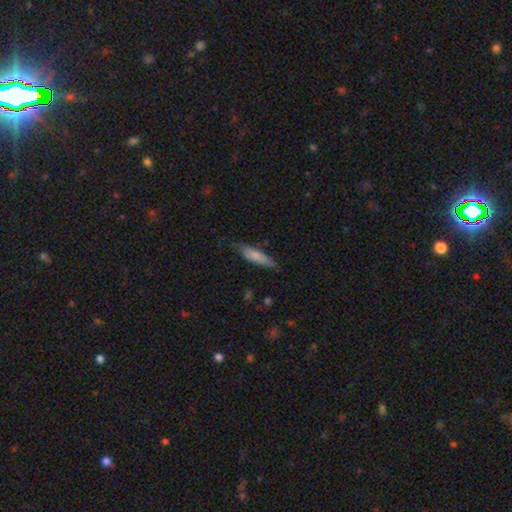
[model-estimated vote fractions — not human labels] smooth 75%, featured or disk 20%, star or artifact 6%. Down the decision tree: how rounded — cigar-shaped (65%); merging — none (73%).